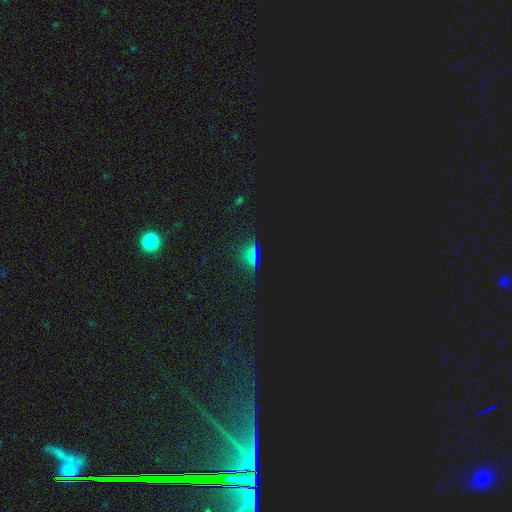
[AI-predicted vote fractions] smooth-or-featured: star or artifact: 67% | smooth: 23% | featured or disk: 9%